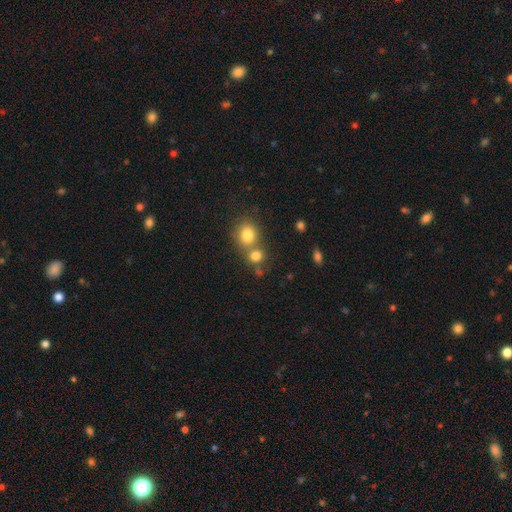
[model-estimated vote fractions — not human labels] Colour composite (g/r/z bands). It shows a smooth galaxy with no disk features (79%) that is round (79%). Merging: none (47%).